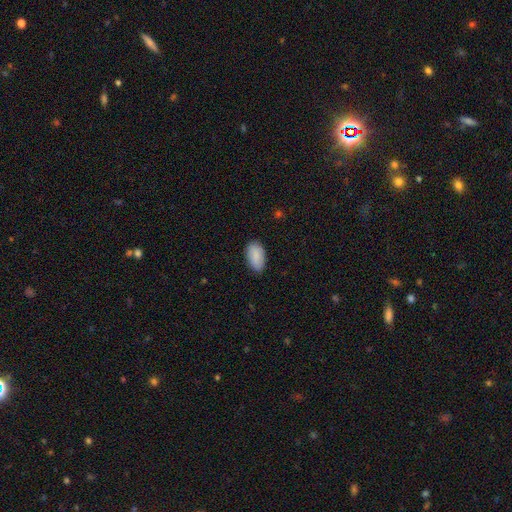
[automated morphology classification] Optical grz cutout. It shows a smooth galaxy with no disk features (88%) that is in between round and cigar-shaped (94%). Merging: none (84%).